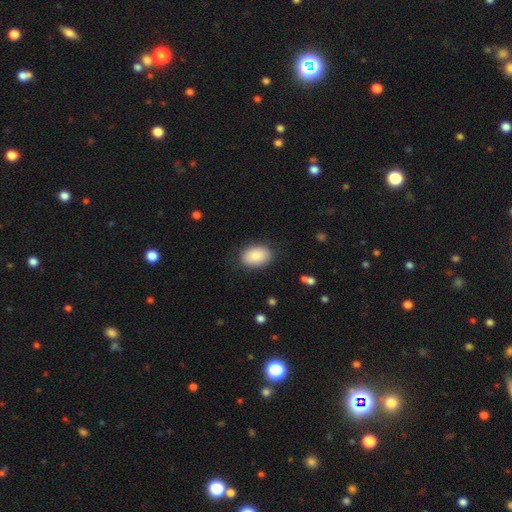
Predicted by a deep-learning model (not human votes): Smooth or featured? smooth (87%)
How rounded? in between (82%)
Merging? none (85%)